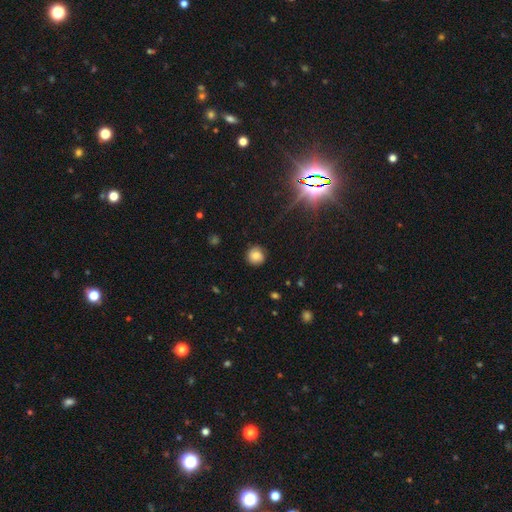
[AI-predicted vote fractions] Smooth or featured? smooth (76%)
How rounded? round (91%)
Merging? none (86%)